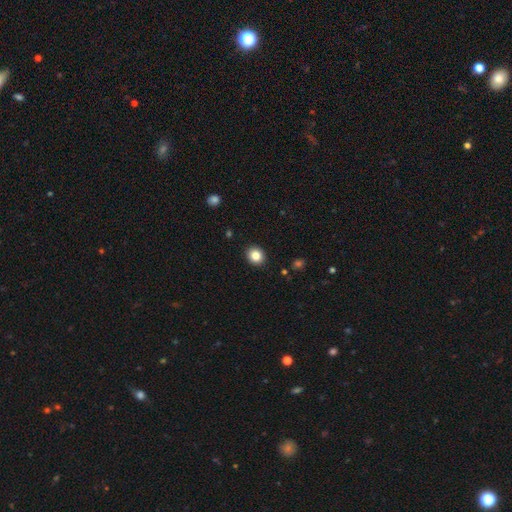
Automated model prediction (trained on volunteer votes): smooth-or-featured: smooth: 84% | star or artifact: 10% | featured or disk: 6%
  how-rounded: round: 73% | in between: 26% | cigar-shaped: 1%
  merging: none: 91% | minor disturbance: 6% | major disturbance: 2% | merger: 1%